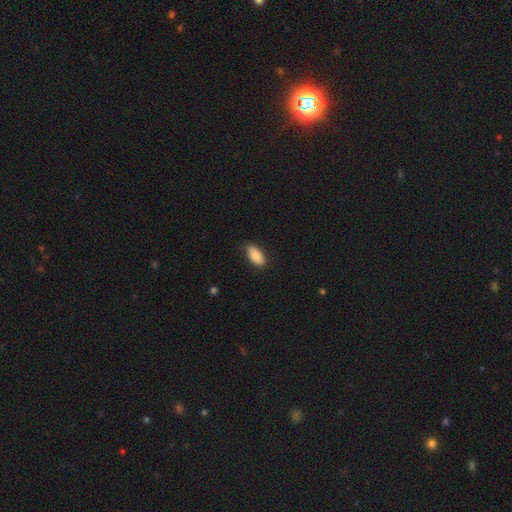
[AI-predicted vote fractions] Smooth or featured? Predicted: smooth (p=0.86). How rounded? Predicted: in between (p=0.92). Merging? Predicted: none (p=0.83).